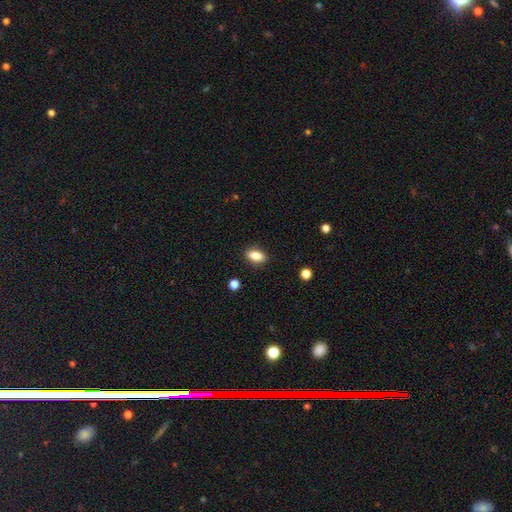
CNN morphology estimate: Overall: smooth (86%). How rounded: in between (87%). Merging: none (88%).